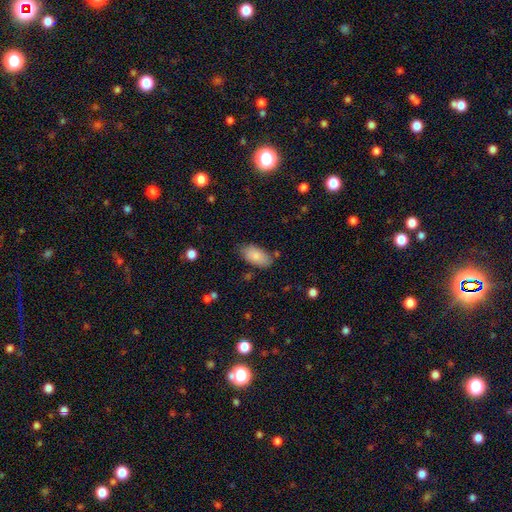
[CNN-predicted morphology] A smooth galaxy with no disk features (84%) that is in between round and cigar-shaped (94%).

Vote fractions:
- Smooth or featured? smooth: 84% / featured or disk: 9% / star or artifact: 6%
- How rounded? in between: 94% / cigar-shaped: 3% / round: 3%
- Merging? none: 77% / minor disturbance: 16% / major disturbance: 3% / merger: 3%